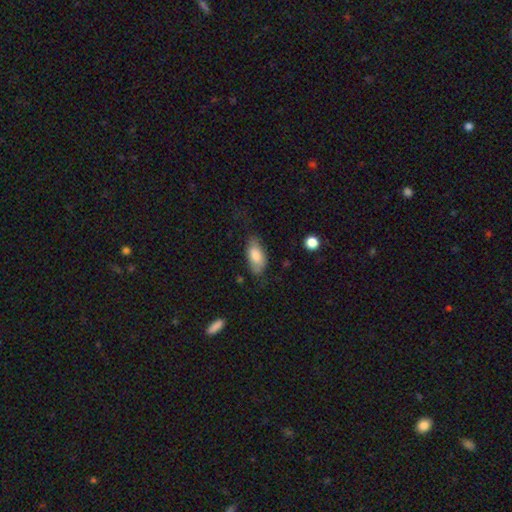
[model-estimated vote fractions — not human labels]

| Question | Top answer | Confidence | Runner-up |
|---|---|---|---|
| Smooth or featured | smooth | 79% | featured or disk (15%) |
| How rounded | in between | 91% | cigar-shaped (6%) |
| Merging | none | 64% | minor disturbance (26%) |